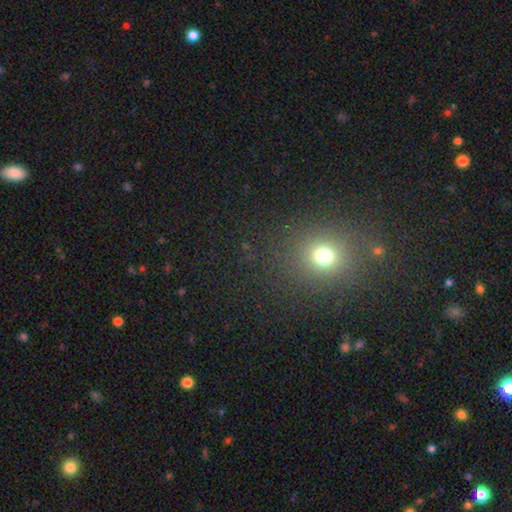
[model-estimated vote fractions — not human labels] smooth_or_featured: smooth (p=0.58) [alt: star or artifact p=0.35]
how_rounded: round (p=0.78) [alt: in between p=0.21]
merging: none (p=0.88) [alt: minor disturbance p=0.07]